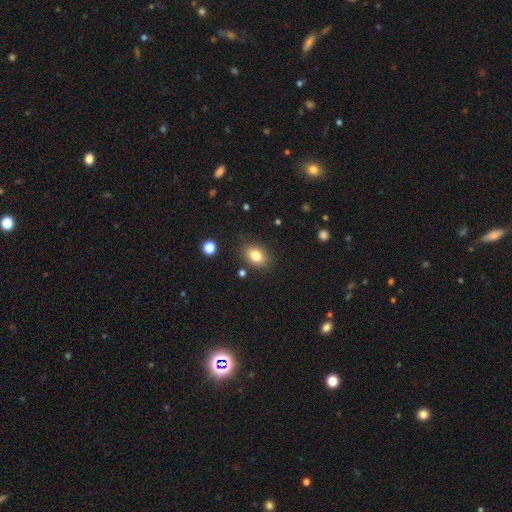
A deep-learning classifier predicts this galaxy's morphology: This is clearly a smooth galaxy (82%). How rounded: likely in between (77%). Merging: clearly none (84%).